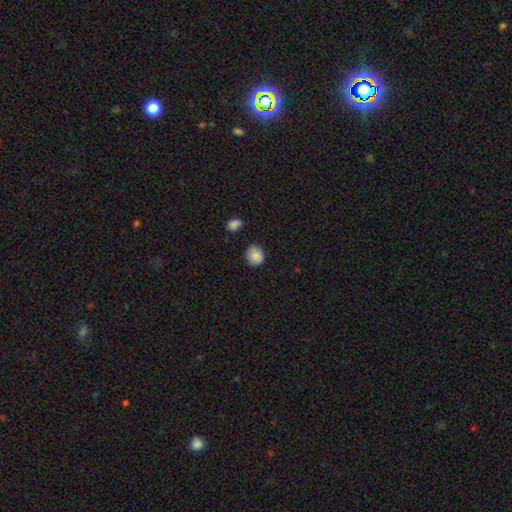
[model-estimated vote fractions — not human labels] Morphology: type=smooth (86%); roundness=round (74%); merging=none (80%).